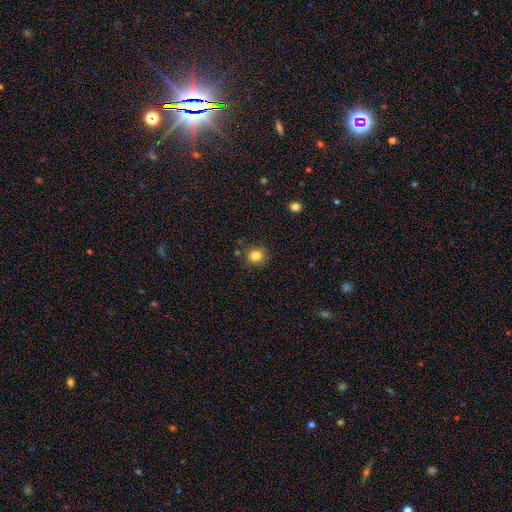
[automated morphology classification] Smooth or featured? smooth (83%)
How rounded? round (83%)
Merging? none (83%)